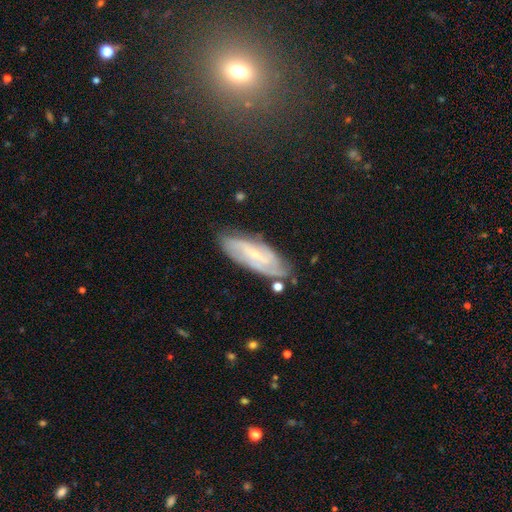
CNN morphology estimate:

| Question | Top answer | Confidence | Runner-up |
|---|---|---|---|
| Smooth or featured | featured or disk | 73% | smooth (19%) |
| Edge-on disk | no | 87% | yes (13%) |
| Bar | no | 45% | weak (40%) |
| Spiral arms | yes | 92% | no (8%) |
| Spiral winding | tight | 52% | medium (35%) |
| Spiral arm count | can't tell | 37% | 2 (32%) |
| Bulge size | small | 76% | moderate (17%) |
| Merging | none | 75% | minor disturbance (18%) |